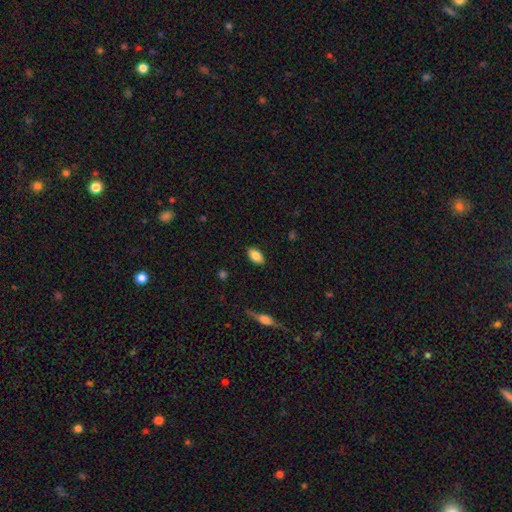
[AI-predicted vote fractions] A smooth galaxy with no disk features (83%) that is in between round and cigar-shaped (92%). Merging: none (87%).